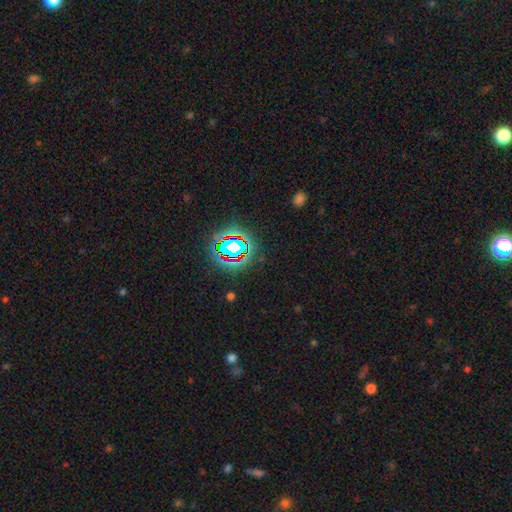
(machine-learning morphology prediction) The model was most divided on "smooth or featured": star or artifact: 77%, smooth: 13%, featured or disk: 10%.